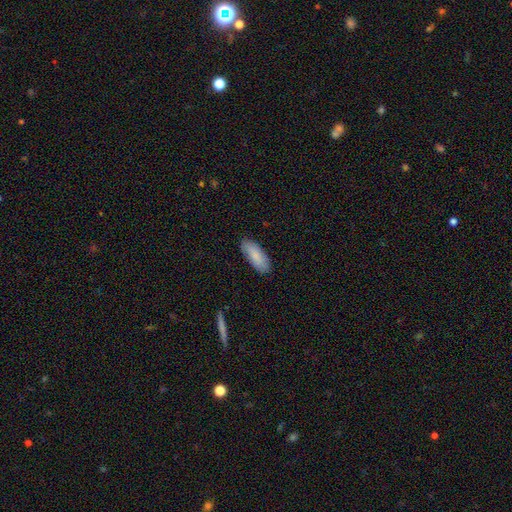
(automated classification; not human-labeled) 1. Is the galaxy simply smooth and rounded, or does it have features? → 85% smooth, 9% featured or disk, 6% star or artifact.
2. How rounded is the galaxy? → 78% in between, 20% cigar-shaped, 2% round.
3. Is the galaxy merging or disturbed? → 86% none, 11% minor disturbance, 2% major disturbance, 1% merger.